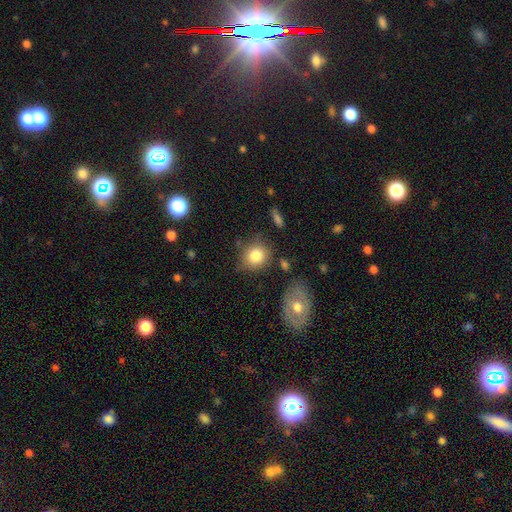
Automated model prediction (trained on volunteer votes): This is clearly a smooth galaxy (82%). How rounded: likely round (73%). Merging: likely none (72%).